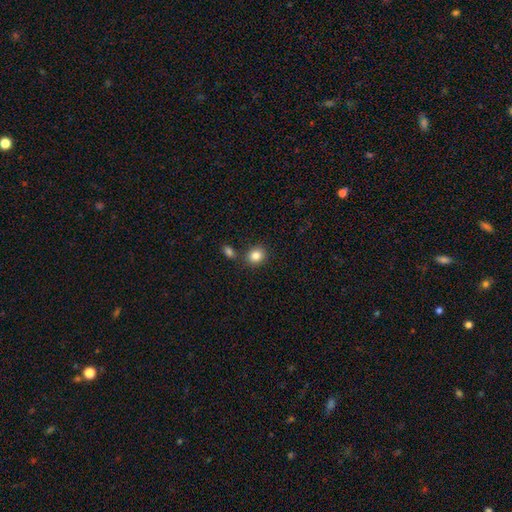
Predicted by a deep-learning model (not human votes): A smooth galaxy with no disk features (85%) that is round (70%).

Vote fractions:
- Smooth or featured? smooth: 85% / star or artifact: 10% / featured or disk: 6%
- How rounded? round: 70% / in between: 29% / cigar-shaped: 1%
- Merging? none: 78% / merger: 10% / minor disturbance: 10% / major disturbance: 3%